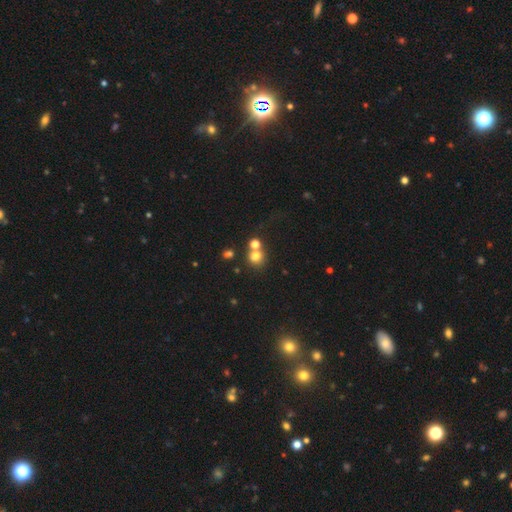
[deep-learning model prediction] Q: Smooth or featured?
A: smooth (73%); runner-up: star or artifact (17%)
Q: How rounded?
A: round (81%); runner-up: in between (18%)
Q: Merging?
A: none (53%); runner-up: merger (34%)